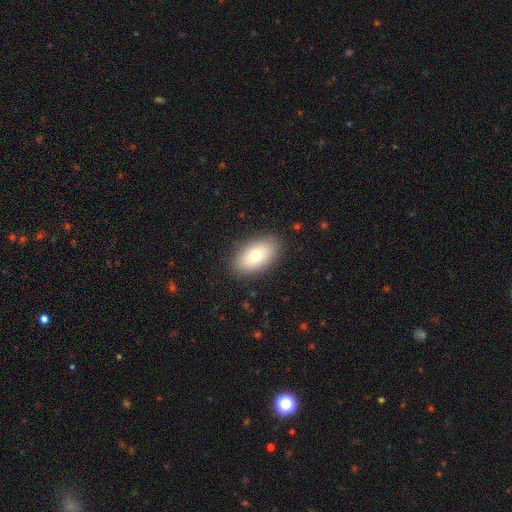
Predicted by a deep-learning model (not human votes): This appears to be a smooth galaxy with no disk features (80%) that is in between round and cigar-shaped (93%). Merging: none (86%).